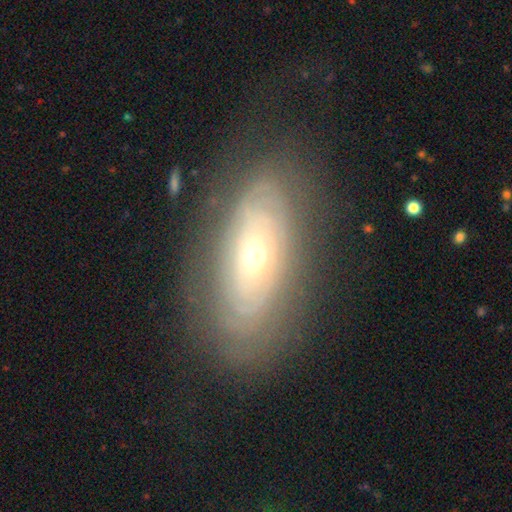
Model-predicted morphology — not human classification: A featured or disk galaxy (67%) with no bar (83%), spiral arms (65%) and a small central bulge (51%). Merging: none (74%).